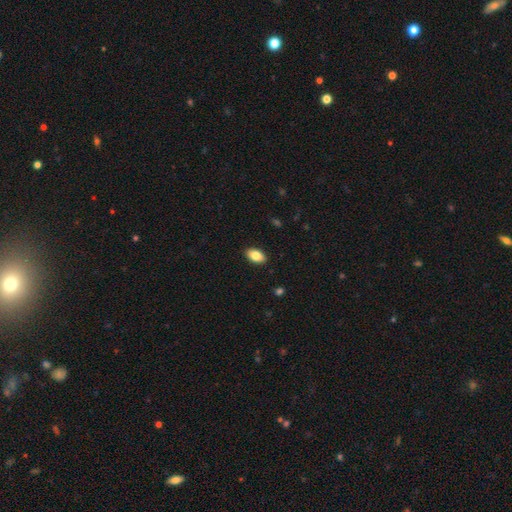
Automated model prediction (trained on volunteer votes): A smooth galaxy with no disk features (83%) that is in between round and cigar-shaped (92%).

Vote fractions:
- Smooth or featured? smooth: 83% / featured or disk: 9% / star or artifact: 7%
- How rounded? in between: 92% / round: 6% / cigar-shaped: 2%
- Merging? none: 89% / minor disturbance: 8% / major disturbance: 2% / merger: 1%